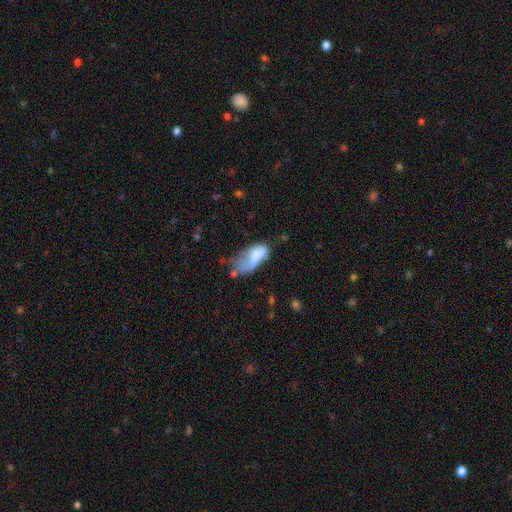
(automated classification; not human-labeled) The model was most divided on "merging": major disturbance: 40%, minor disturbance: 25%, none: 18%, merger: 17%. More confident: how rounded — in between (87%); smooth or featured — smooth (65%).